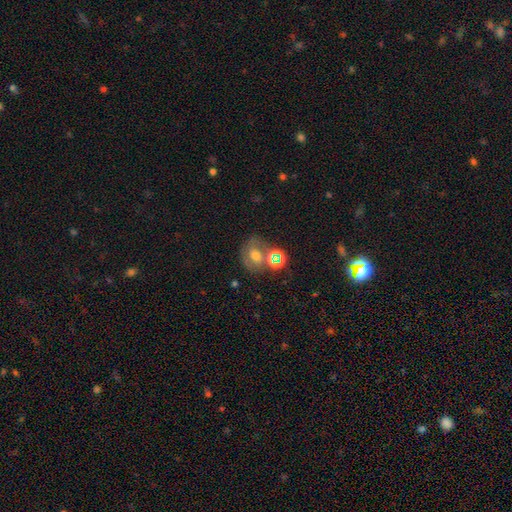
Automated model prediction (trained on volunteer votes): This appears to be a smooth galaxy with no disk features (45%). Merging: none (47%).